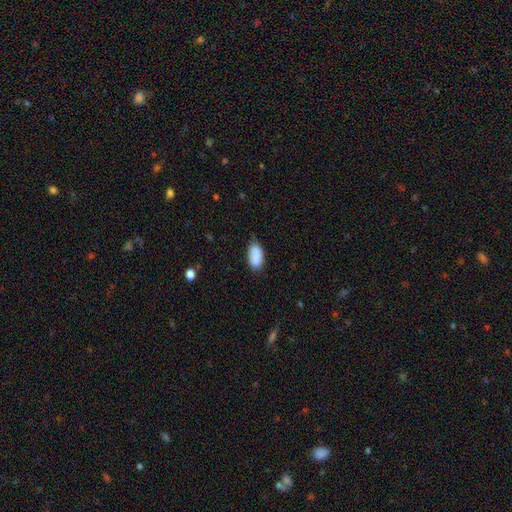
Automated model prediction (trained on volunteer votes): Smooth or featured? smooth (89%)
How rounded? in between (94%)
Merging? none (73%)